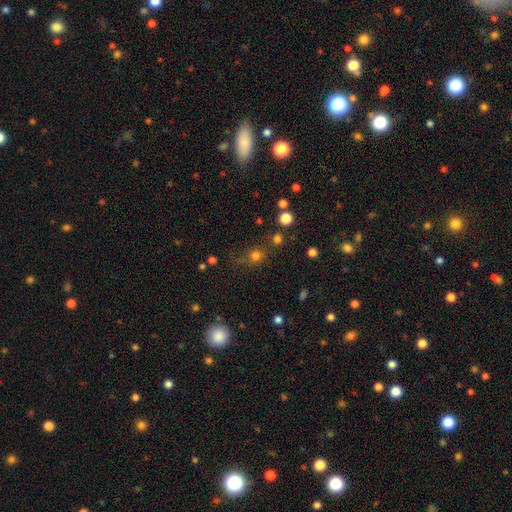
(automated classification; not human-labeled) smooth-or-featured: smooth: 73% | star or artifact: 19% | featured or disk: 7%
  how-rounded: round: 81% | in between: 17% | cigar-shaped: 1%
  merging: none: 66% | minor disturbance: 16% | major disturbance: 10% | merger: 8%